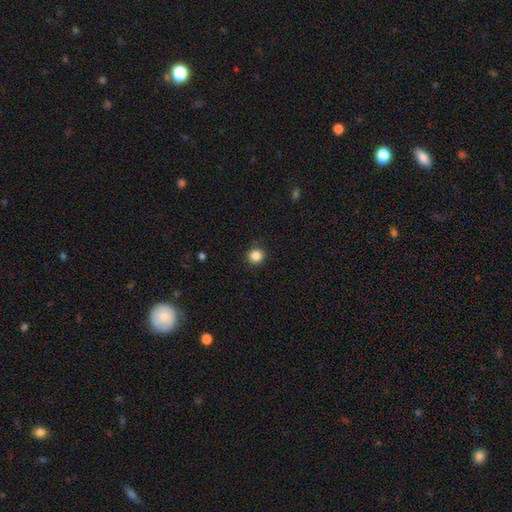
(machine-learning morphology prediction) Smooth or featured: smooth — 85% (star or artifact — 11%)
How rounded: round — 94% (in between — 5%)
Merging: none — 92% (minor disturbance — 6%)